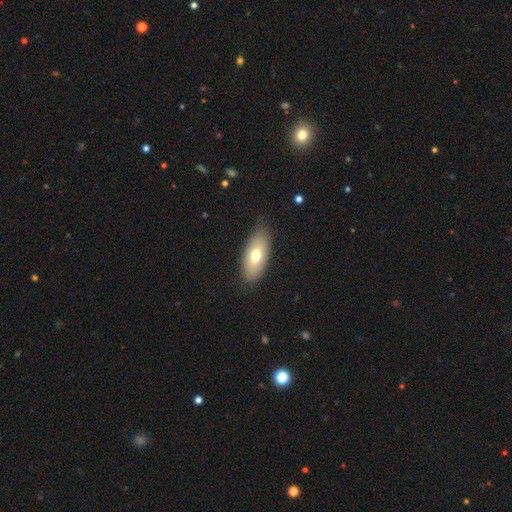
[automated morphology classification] smooth-or-featured: smooth: 70% | featured or disk: 23% | star or artifact: 7%
  how-rounded: in between: 86% | cigar-shaped: 10% | round: 3%
  merging: none: 84% | minor disturbance: 12% | major disturbance: 3% | merger: 1%